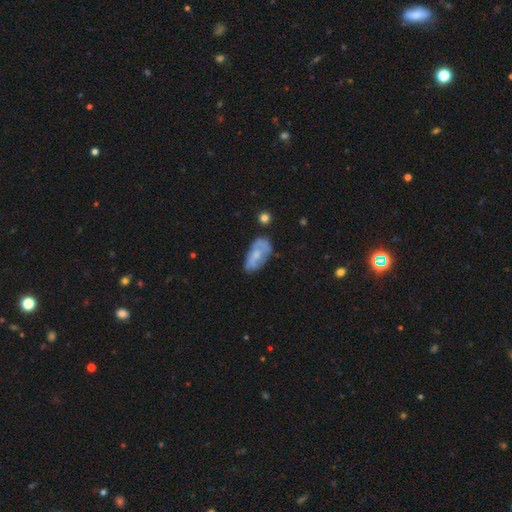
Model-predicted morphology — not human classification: Smooth or featured? Predicted: smooth (p=0.50). How rounded? Predicted: in between (p=0.91). Merging? Predicted: none (p=0.52).